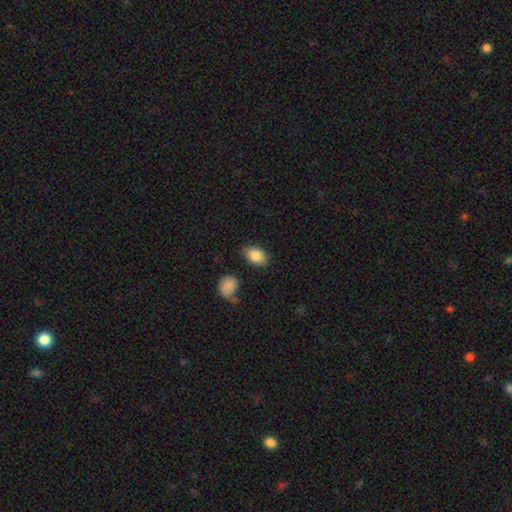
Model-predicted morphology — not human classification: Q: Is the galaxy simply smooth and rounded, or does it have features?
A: smooth — 84%.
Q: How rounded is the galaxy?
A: in between — 86%.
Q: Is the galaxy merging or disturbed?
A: none — 80%.